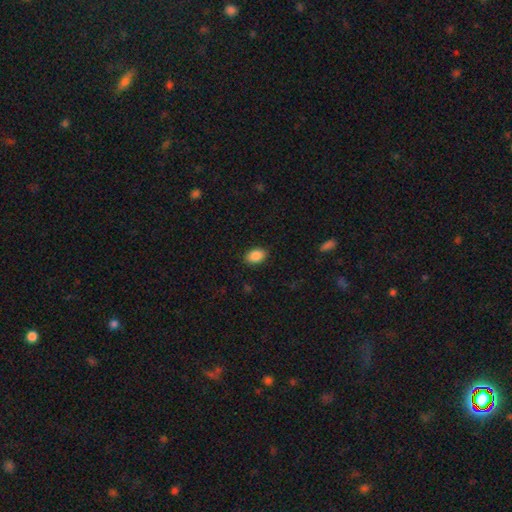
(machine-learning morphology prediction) A smooth galaxy with no disk features (89%) that is in between round and cigar-shaped (85%).

Vote fractions:
- Smooth or featured? smooth: 89% / star or artifact: 7% / featured or disk: 3%
- How rounded? in between: 85% / round: 14% / cigar-shaped: 1%
- Merging? none: 88% / minor disturbance: 8% / major disturbance: 2% / merger: 1%